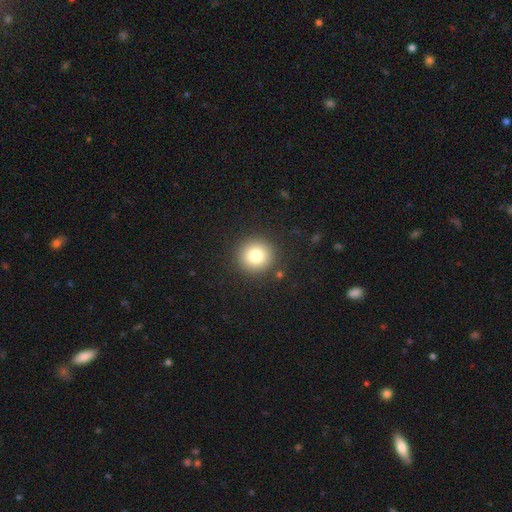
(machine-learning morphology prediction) Q: Smooth or featured?
A: smooth (80%); runner-up: star or artifact (11%)
Q: How rounded?
A: round (94%); runner-up: in between (5%)
Q: Merging?
A: none (90%); runner-up: minor disturbance (6%)